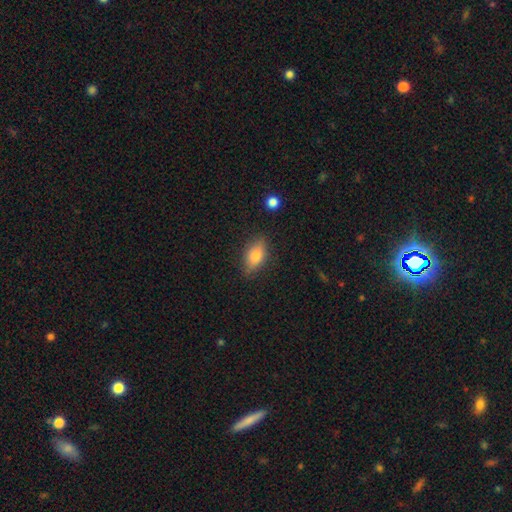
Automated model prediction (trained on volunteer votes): smooth 72%, featured or disk 20%, star or artifact 8%. Down the decision tree: how rounded — in between (82%); merging — none (82%).